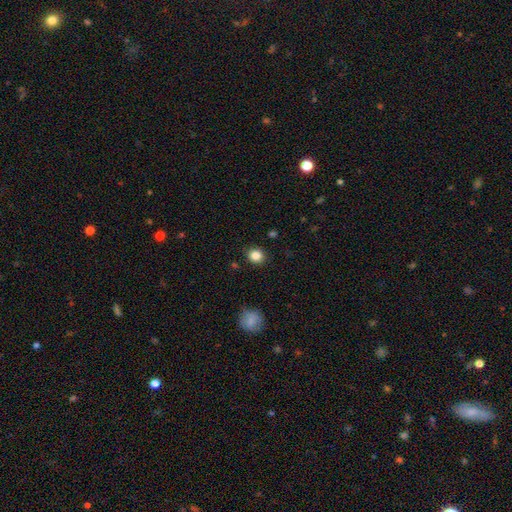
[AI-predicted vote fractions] A smooth galaxy with no disk features (85%) that is round (85%).

Vote fractions:
- Smooth or featured? smooth: 85% / star or artifact: 11% / featured or disk: 4%
- How rounded? round: 85% / in between: 14% / cigar-shaped: 1%
- Merging? none: 90% / minor disturbance: 7% / major disturbance: 2% / merger: 1%